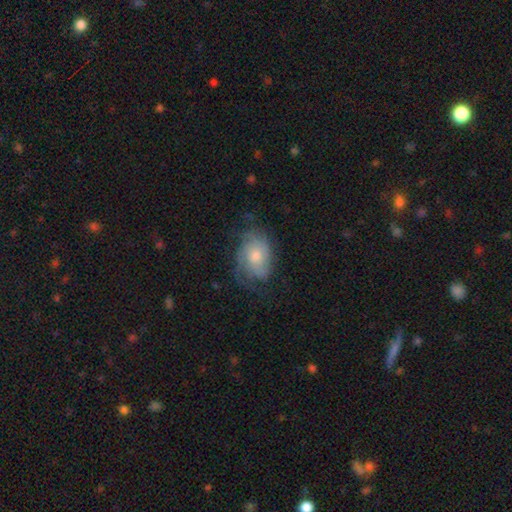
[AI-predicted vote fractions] This appears to be a featured or disk galaxy (57%) with no bar (80%), spiral arms (82%) and a moderate central bulge (58%). Merging: none (60%).